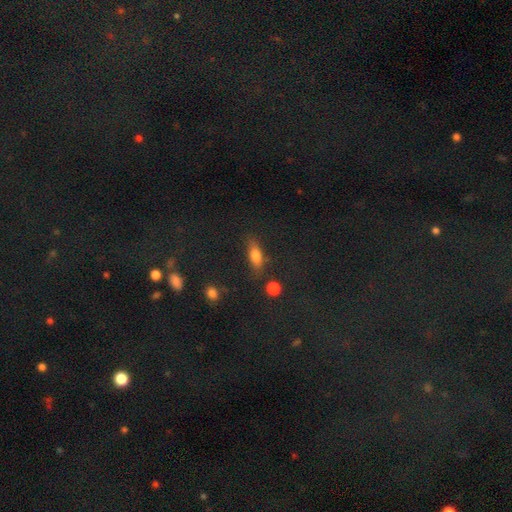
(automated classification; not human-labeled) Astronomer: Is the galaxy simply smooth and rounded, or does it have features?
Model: smooth — 72%.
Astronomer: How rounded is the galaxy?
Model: in between — 62%.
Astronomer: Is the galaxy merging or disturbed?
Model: none — 72%.